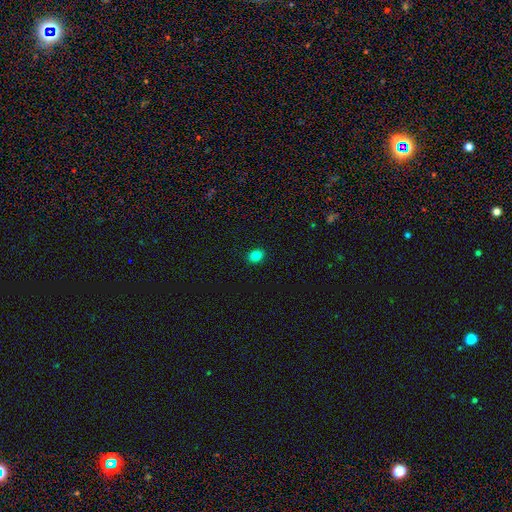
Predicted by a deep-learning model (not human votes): The model was most divided on "how rounded": in between: 51%, round: 48%, cigar-shaped: 1%. More confident: merging — none (91%); smooth or featured — smooth (84%).